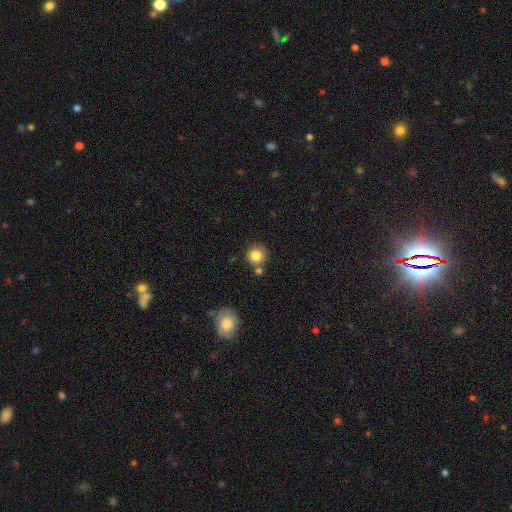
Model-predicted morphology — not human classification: A smooth galaxy with no disk features (83%) that is round (93%).

Vote fractions:
- Smooth or featured? smooth: 83% / star or artifact: 10% / featured or disk: 7%
- How rounded? round: 93% / in between: 6% / cigar-shaped: 1%
- Merging? none: 73% / merger: 15% / minor disturbance: 9% / major disturbance: 3%